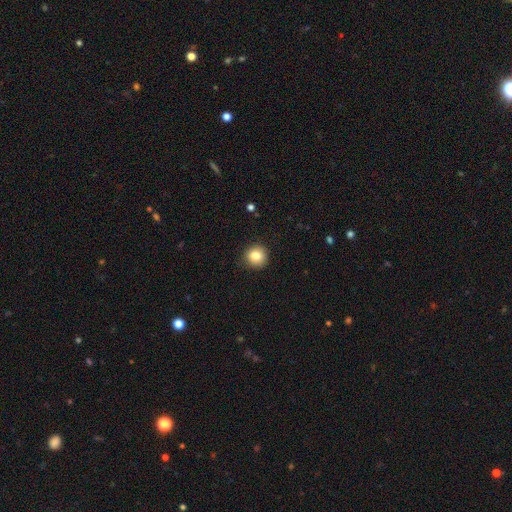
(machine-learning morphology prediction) type=smooth (84%); roundness=round (92%); merging=none (89%).